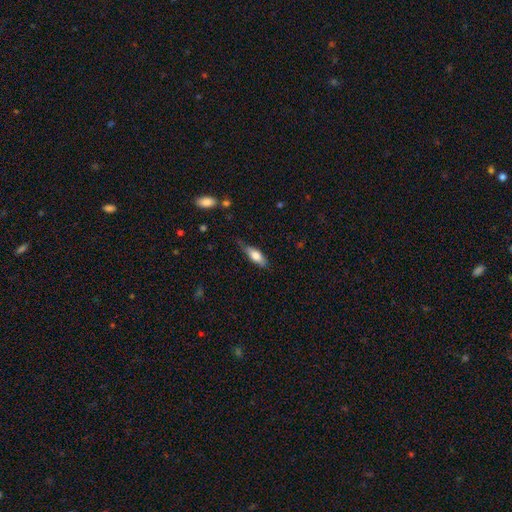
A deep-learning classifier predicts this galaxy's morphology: smooth-or-featured: smooth: 69% | featured or disk: 24% | star or artifact: 6%
  how-rounded: in between: 63% | cigar-shaped: 34% | round: 3%
  merging: none: 62% | minor disturbance: 30% | major disturbance: 7% | merger: 2%